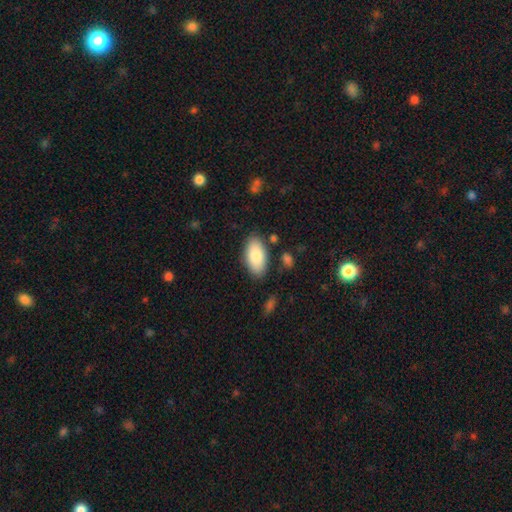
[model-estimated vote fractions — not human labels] This is clearly a smooth galaxy (83%). How rounded: clearly in between (95%). Merging: clearly none (83%).